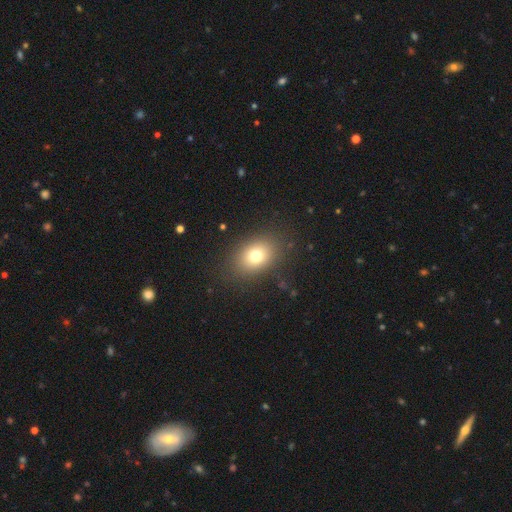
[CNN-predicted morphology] Smooth or featured? smooth (75%)
How rounded? in between (65%)
Merging? none (86%)